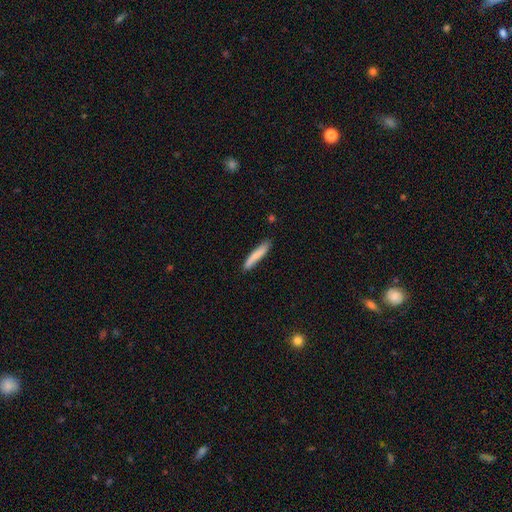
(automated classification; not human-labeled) Overall: smooth (78%). How rounded: cigar-shaped (90%). Merging: none (82%).